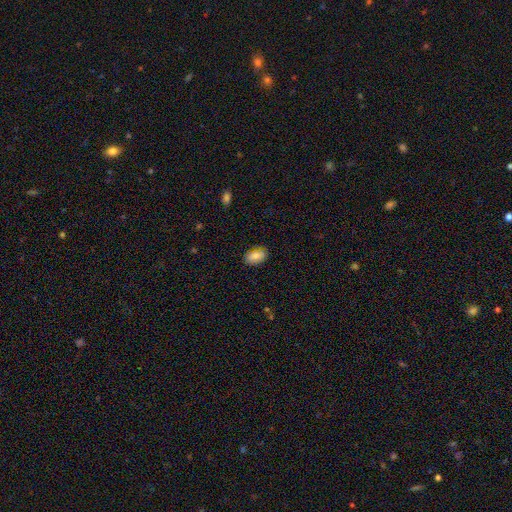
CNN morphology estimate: A smooth galaxy with no disk features (84%) that is in between round and cigar-shaped (92%). Merging: none (84%).